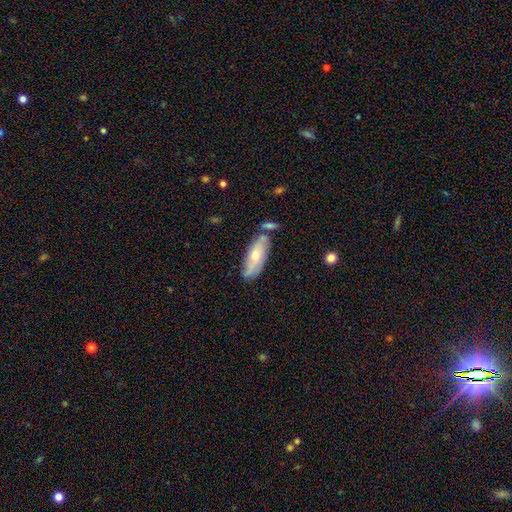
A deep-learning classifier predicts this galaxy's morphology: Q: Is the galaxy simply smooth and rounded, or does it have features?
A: smooth — 54%.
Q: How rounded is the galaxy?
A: in between — 73%.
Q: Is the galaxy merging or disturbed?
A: none — 61%.